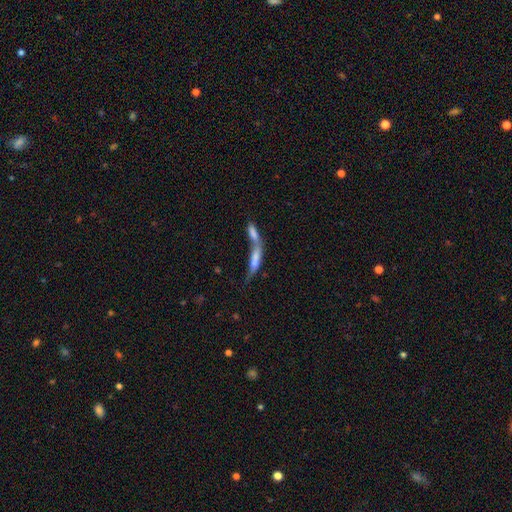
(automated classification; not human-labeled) This appears to be a smooth galaxy with no disk features (49%). Merging: merger (71%).